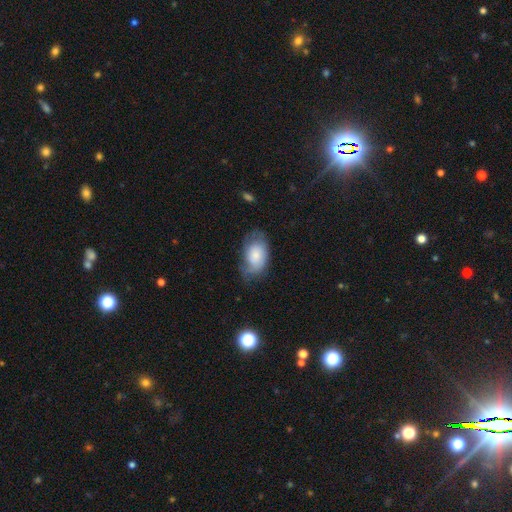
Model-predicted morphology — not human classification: A smooth galaxy with no disk features (66%) that is in between round and cigar-shaped (90%). Merging: none (50%).